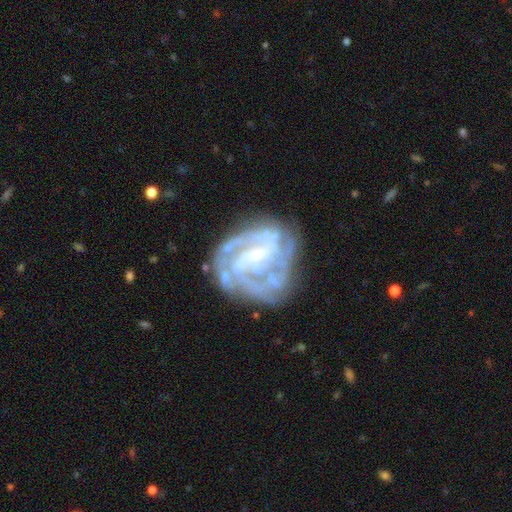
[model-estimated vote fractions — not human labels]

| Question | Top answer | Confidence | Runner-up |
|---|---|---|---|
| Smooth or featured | featured or disk | 86% | smooth (7%) |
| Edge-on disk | no | 98% | yes (2%) |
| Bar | weak | 44% | no (32%) |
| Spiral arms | yes | 92% | no (8%) |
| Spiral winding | tight | 54% | medium (36%) |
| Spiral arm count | can't tell | 29% | 3 (24%) |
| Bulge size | small | 70% | moderate (15%) |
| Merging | none | 66% | minor disturbance (19%) |